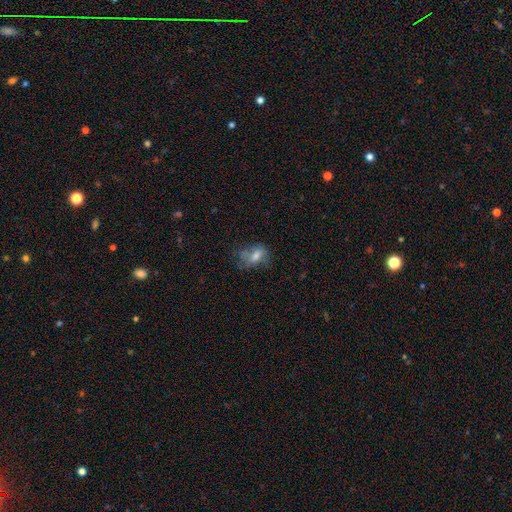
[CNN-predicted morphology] The model was most divided on "merging": none: 43%, minor disturbance: 28%, major disturbance: 25%, merger: 3%. More confident: how rounded — in between (80%); smooth or featured — smooth (59%).